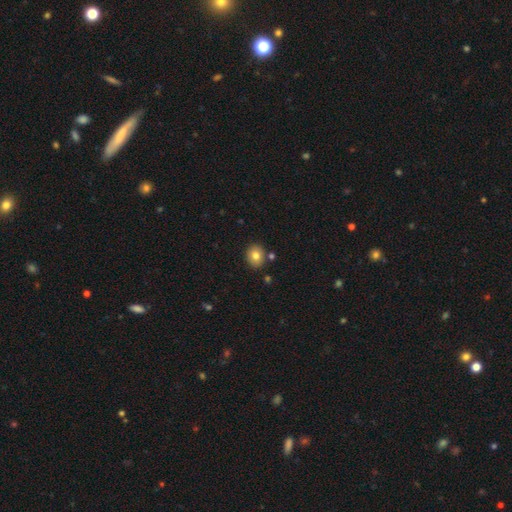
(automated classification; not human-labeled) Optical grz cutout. It shows a smooth galaxy with no disk features (79%) that is round (62%). Merging: none (83%).